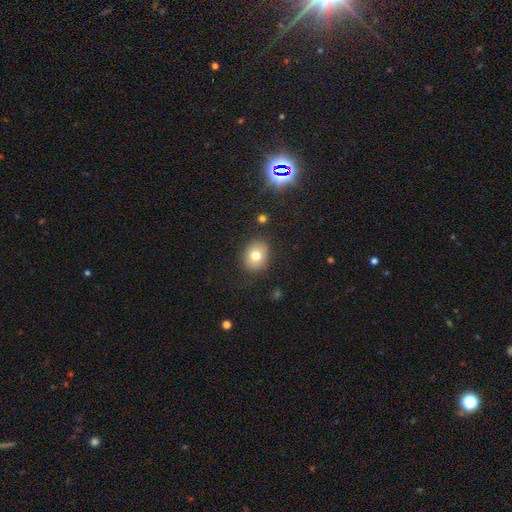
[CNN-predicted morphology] A smooth galaxy with no disk features (76%) that is round (61%).

Vote fractions:
- Smooth or featured? smooth: 76% / featured or disk: 13% / star or artifact: 12%
- How rounded? round: 61% / in between: 38% / cigar-shaped: 1%
- Merging? none: 84% / minor disturbance: 11% / major disturbance: 3% / merger: 2%